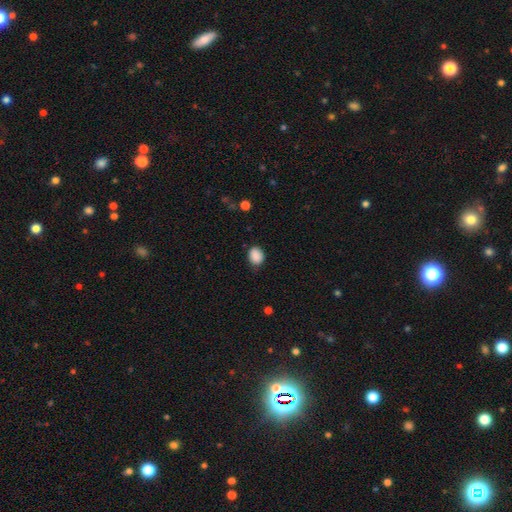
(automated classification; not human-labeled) Overall: smooth (88%). How rounded: in between (53%; round 46%). Merging: none (76%).